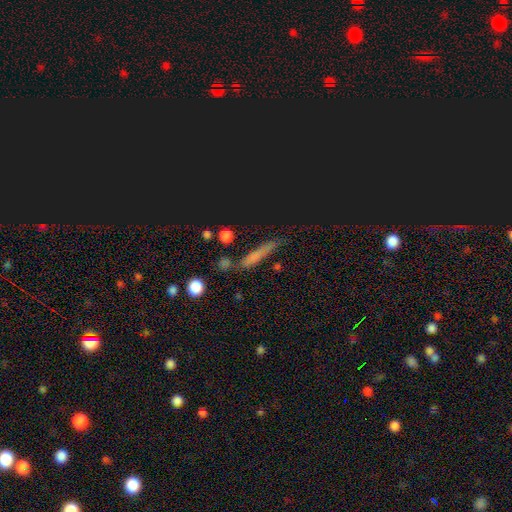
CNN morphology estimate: This appears to be a smooth galaxy with no disk features (58%) that is cigar-shaped (84%). Merging: none (71%).